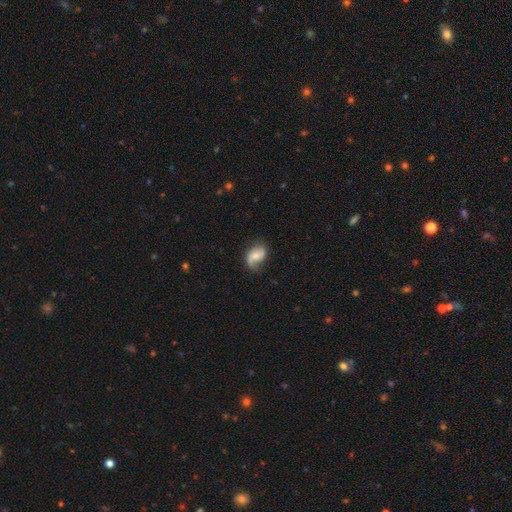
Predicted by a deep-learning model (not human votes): Morphology: type=featured or disk (62%); edge-on=no (97%); bar=no (54%); spiral arms=yes (91%); winding=loose (63%); arm count=2 (72%); bulge=moderate (46%); merging=none (61%).